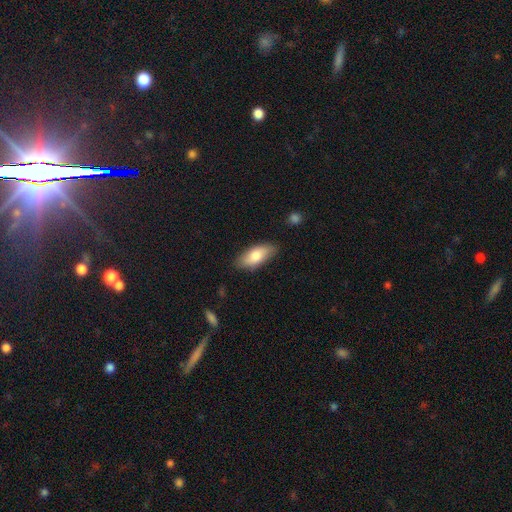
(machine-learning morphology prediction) The model was most divided on "smooth or featured": smooth: 78%, featured or disk: 16%, star or artifact: 6%. More confident: how rounded — in between (84%); merging — none (83%).